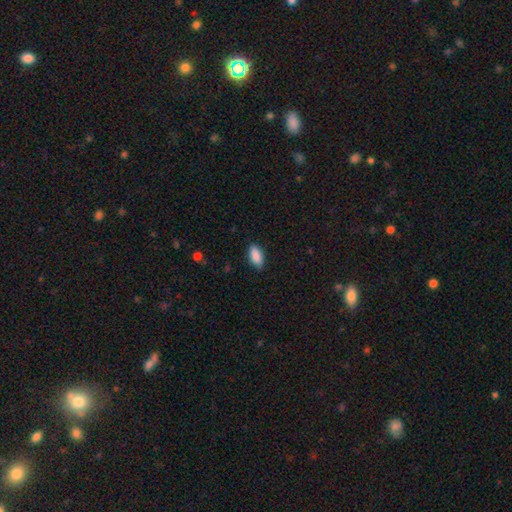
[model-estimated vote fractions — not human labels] A smooth galaxy with no disk features (89%) that is in between round and cigar-shaped (88%).

Vote fractions:
- Smooth or featured? smooth: 89% / star or artifact: 6% / featured or disk: 5%
- How rounded? in between: 88% / cigar-shaped: 9% / round: 2%
- Merging? none: 86% / minor disturbance: 11% / major disturbance: 2% / merger: 1%